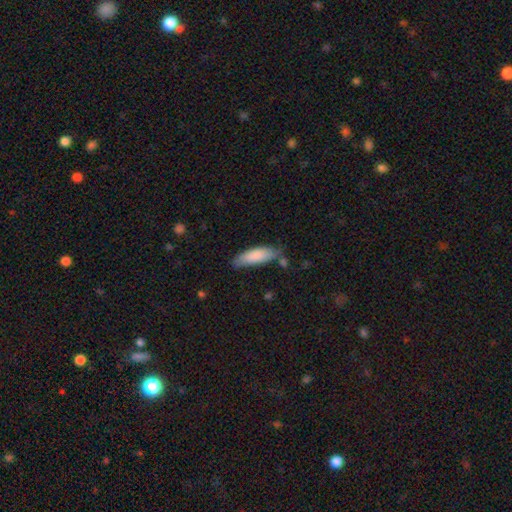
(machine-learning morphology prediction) smooth 83%, featured or disk 12%, star or artifact 5%. Down the decision tree: how rounded — in between (51%); merging — none (69%).